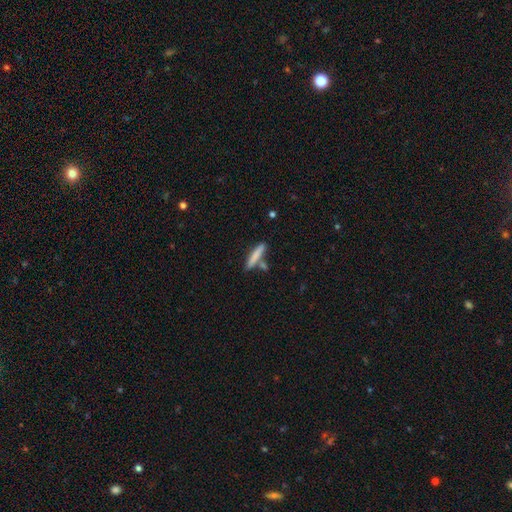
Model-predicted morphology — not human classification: Smooth or featured: smooth — 78% (featured or disk — 16%)
How rounded: cigar-shaped — 90% (in between — 8%)
Merging: none — 72% (merger — 14%)